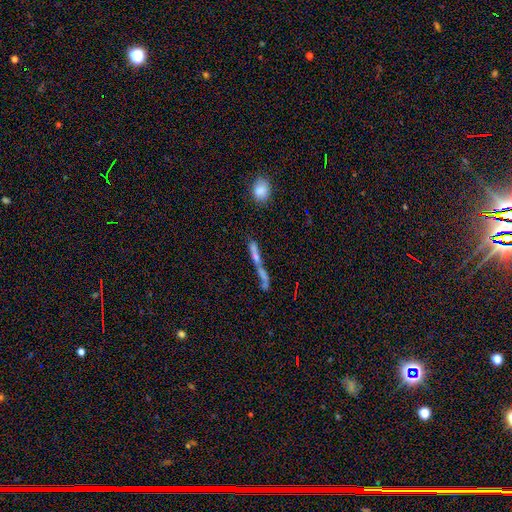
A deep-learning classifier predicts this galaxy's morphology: This appears to be a smooth galaxy with no disk features (43%). Merging: none (74%).